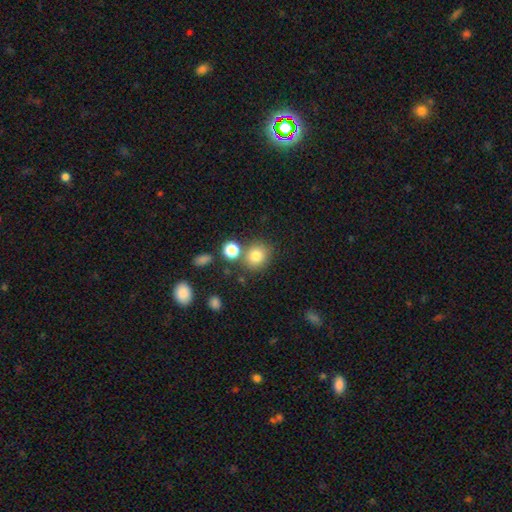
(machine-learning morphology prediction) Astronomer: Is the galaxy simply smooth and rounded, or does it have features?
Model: smooth — 79%.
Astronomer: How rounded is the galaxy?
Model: round — 79%.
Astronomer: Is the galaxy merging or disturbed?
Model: none — 72%.